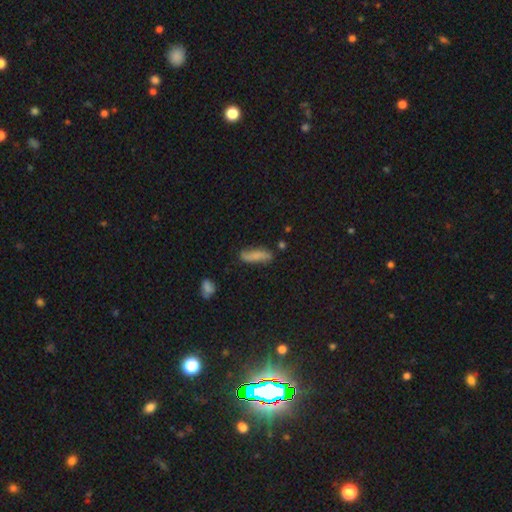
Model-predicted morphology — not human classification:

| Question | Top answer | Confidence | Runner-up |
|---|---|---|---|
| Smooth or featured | smooth | 67% | featured or disk (24%) |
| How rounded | cigar-shaped | 54% | in between (43%) |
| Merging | none | 66% | minor disturbance (24%) |